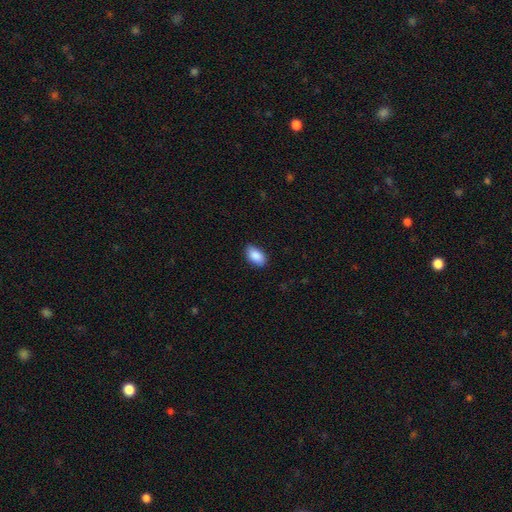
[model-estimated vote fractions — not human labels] Q: Smooth or featured?
A: smooth (89%); runner-up: star or artifact (7%)
Q: How rounded?
A: in between (93%); runner-up: round (5%)
Q: Merging?
A: none (83%); runner-up: minor disturbance (14%)